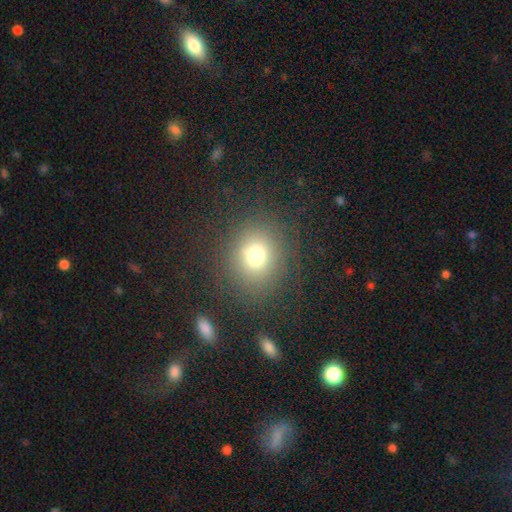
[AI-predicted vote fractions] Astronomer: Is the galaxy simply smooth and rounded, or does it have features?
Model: smooth — 71%.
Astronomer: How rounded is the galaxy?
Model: round — 81%.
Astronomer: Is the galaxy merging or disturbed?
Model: none — 83%.